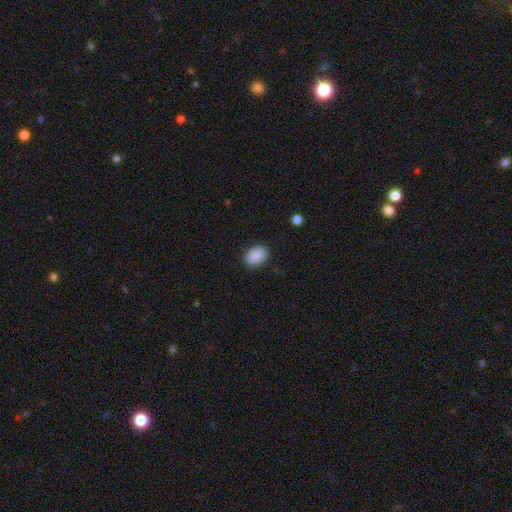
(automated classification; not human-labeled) smooth_or_featured: smooth (p=0.90) [alt: star or artifact p=0.07]
how_rounded: in between (p=0.82) [alt: round p=0.17]
merging: none (p=0.88) [alt: minor disturbance p=0.09]